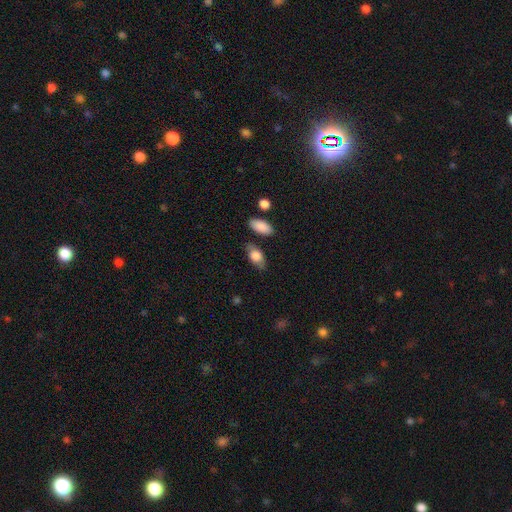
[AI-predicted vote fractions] Morphology: type=smooth (76%); roundness=in between (89%); merging=none (75%).